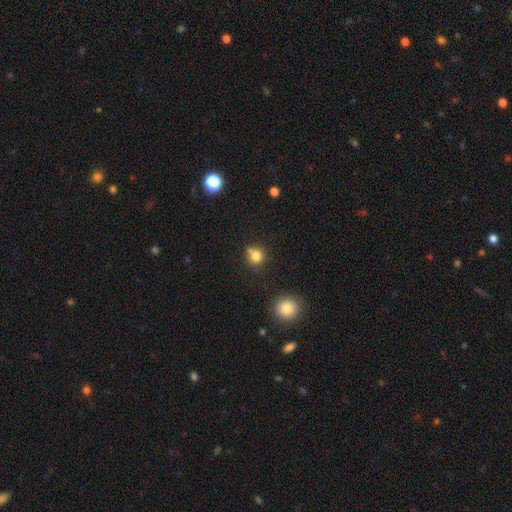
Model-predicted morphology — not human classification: type=smooth (79%); roundness=round (85%); merging=none (61%).